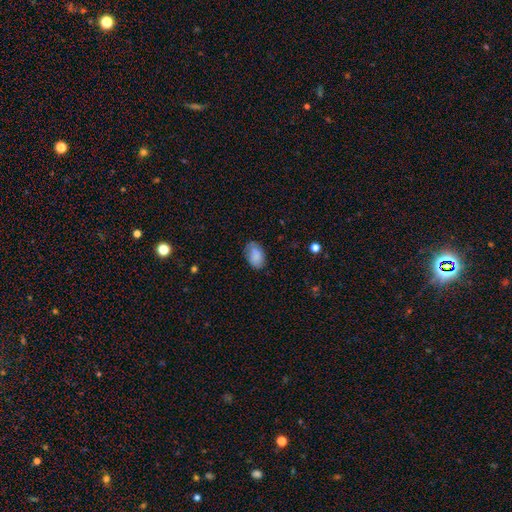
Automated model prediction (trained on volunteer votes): smooth_or_featured: smooth (p=0.82) [alt: featured or disk p=0.10]
how_rounded: in between (p=0.90) [alt: round p=0.09]
merging: none (p=0.73) [alt: minor disturbance p=0.20]